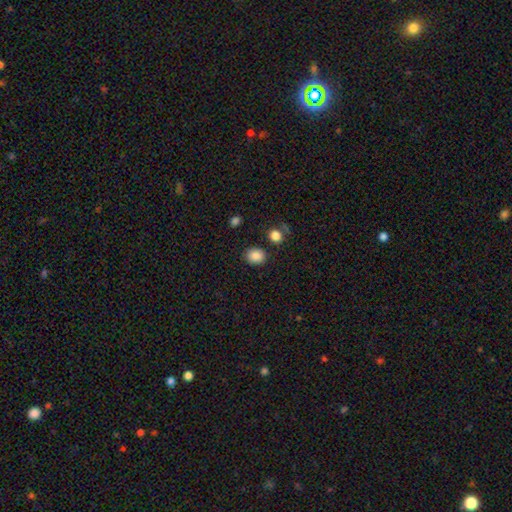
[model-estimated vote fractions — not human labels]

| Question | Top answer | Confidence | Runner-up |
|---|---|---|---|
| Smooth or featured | smooth | 87% | star or artifact (9%) |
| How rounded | round | 59% | in between (40%) |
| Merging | none | 84% | minor disturbance (9%) |